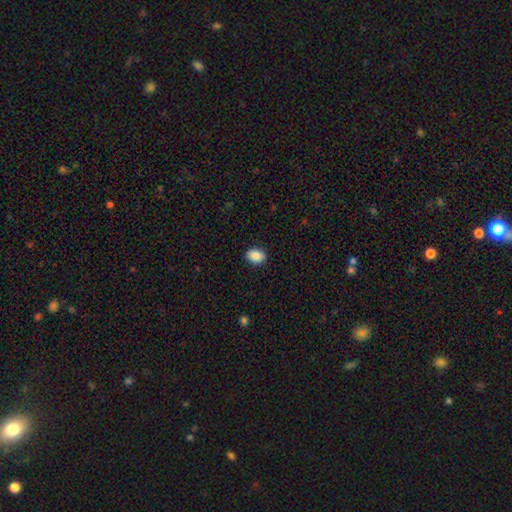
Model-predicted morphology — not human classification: smooth-or-featured: smooth: 89% | star or artifact: 8% | featured or disk: 4%
  how-rounded: in between: 73% | round: 26% | cigar-shaped: 1%
  merging: none: 89% | minor disturbance: 8% | major disturbance: 2% | merger: 1%